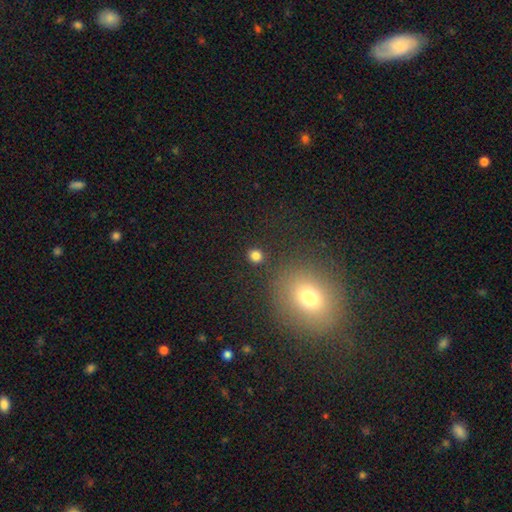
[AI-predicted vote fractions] smooth-or-featured: smooth: 81% | star or artifact: 14% | featured or disk: 5%
  how-rounded: round: 81% | in between: 18% | cigar-shaped: 1%
  merging: none: 87% | minor disturbance: 7% | merger: 4% | major disturbance: 3%